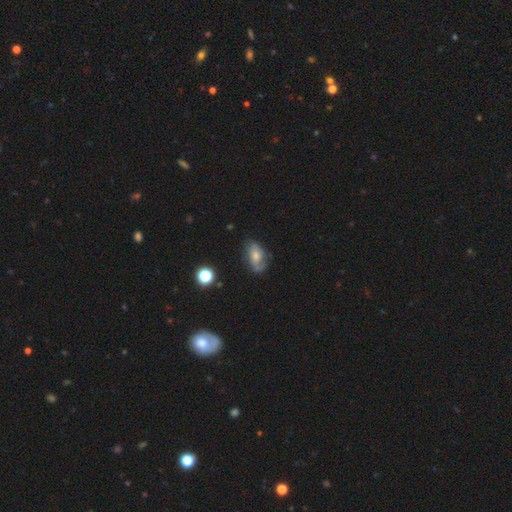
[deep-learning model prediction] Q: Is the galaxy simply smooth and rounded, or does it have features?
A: featured or disk — 47%.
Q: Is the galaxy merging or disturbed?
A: none — 57%.